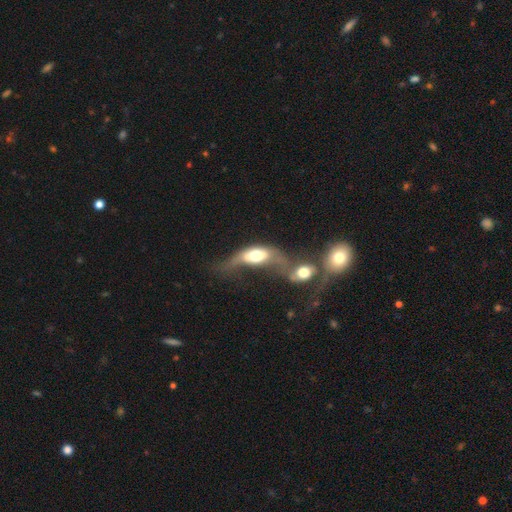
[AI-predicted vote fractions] smooth-or-featured: smooth: 50% | featured or disk: 42% | star or artifact: 8%
  merging: merger: 60% | major disturbance: 23% | none: 9% | minor disturbance: 8%